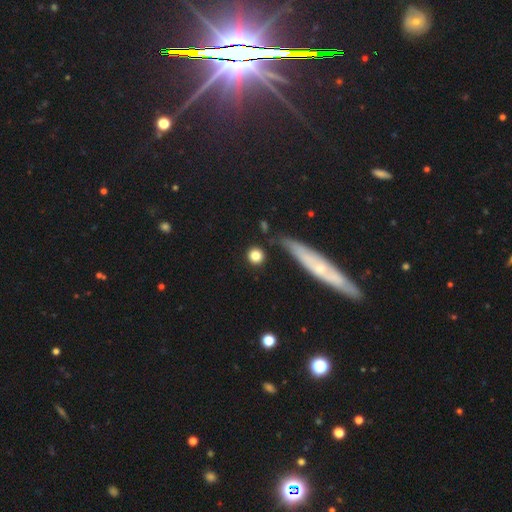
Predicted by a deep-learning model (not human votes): The model was most divided on "smooth or featured": smooth: 83%, star or artifact: 9%, featured or disk: 8%. More confident: how rounded — round (91%); merging — none (83%).